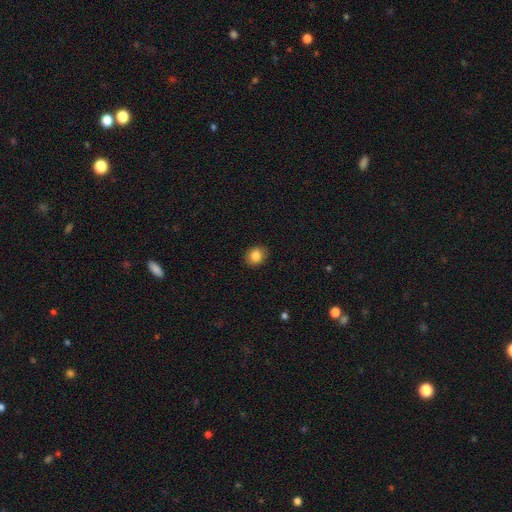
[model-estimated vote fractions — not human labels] The model was most divided on "how rounded": round: 58%, in between: 41%, cigar-shaped: 1%. More confident: merging — none (89%); smooth or featured — smooth (84%).